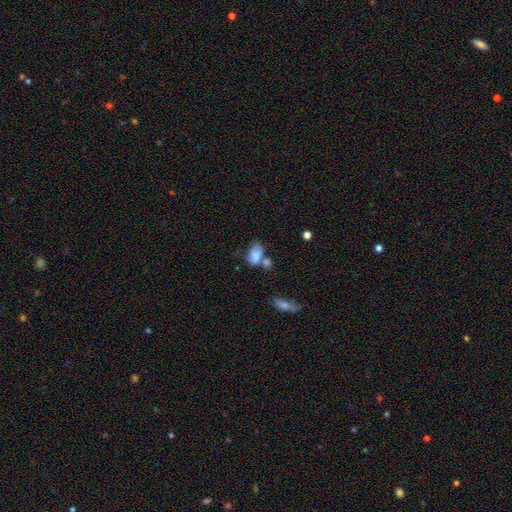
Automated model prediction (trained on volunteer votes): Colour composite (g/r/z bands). It shows a smooth galaxy with no disk features (78%) that is in between round and cigar-shaped (88%). Merging: merger (39%).